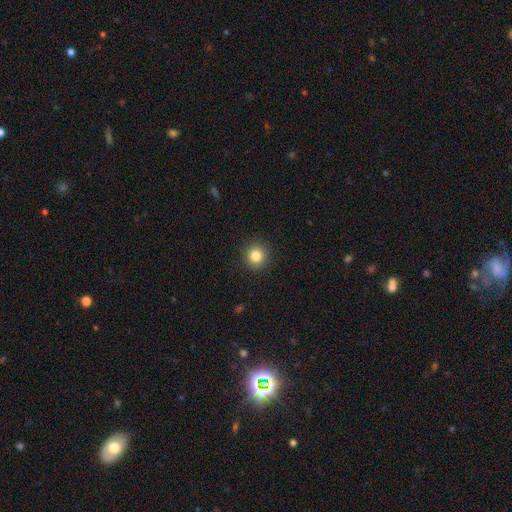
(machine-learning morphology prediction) type=smooth (83%); roundness=round (91%); merging=none (91%).